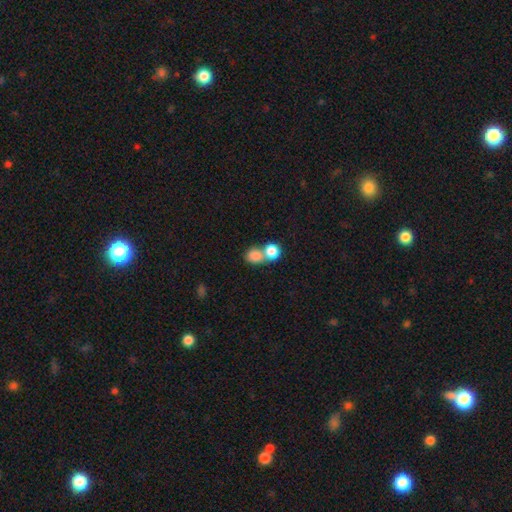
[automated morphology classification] type=smooth (83%); roundness=round (67%); merging=merger (57%).